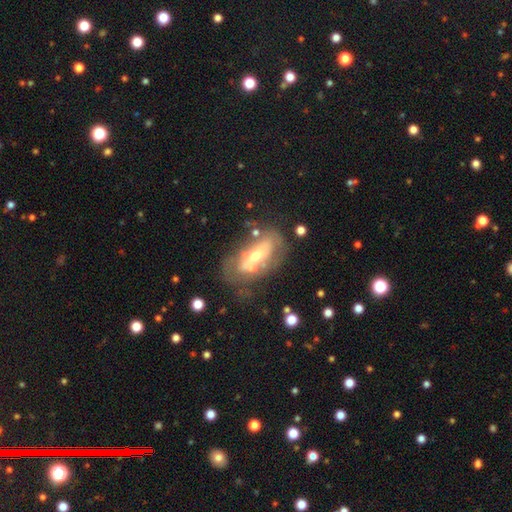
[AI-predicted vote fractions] Smooth or featured? featured or disk (62%)
Edge-on disk? no (86%)
Bar? no (60%)
Spiral arms? no (56%)
Bulge size? moderate (60%)
Merging? none (51%)